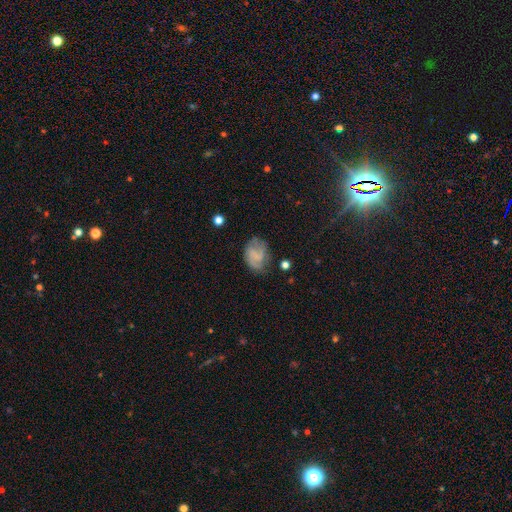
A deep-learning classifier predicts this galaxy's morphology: Smooth or featured?
  - featured or disk: 53% *
  - smooth: 37%
  - star or artifact: 9%
Edge-on disk?
  - no: 98% *
  - yes: 2%
Bar?
  - no: 59% *
  - weak: 33%
  - strong: 8%
Spiral arms?
  - yes: 84% *
  - no: 16%
Bulge size?
  - none: 63% *
  - small: 24%
  - moderate: 9%
  - large: 3%
  - dominant: 1%
Merging?
  - none: 64% *
  - minor disturbance: 23%
  - major disturbance: 11%
  - merger: 2%